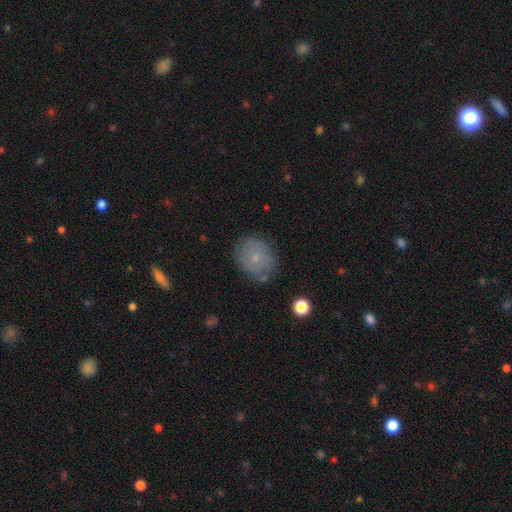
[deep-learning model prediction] This appears to be a smooth galaxy with no disk features (62%) that is round (70%). Merging: none (73%).